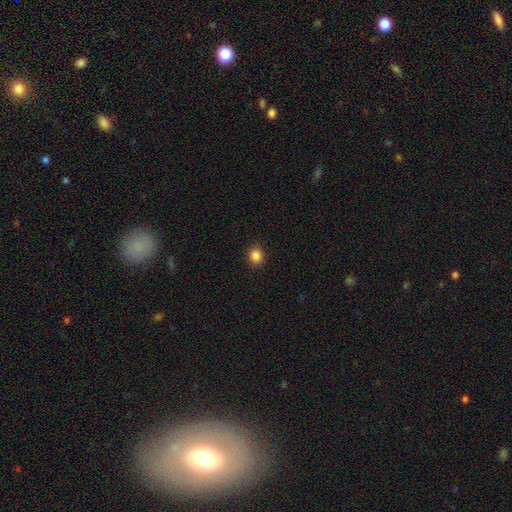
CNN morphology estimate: A smooth galaxy with no disk features (85%) that is round (79%). Merging: none (91%).